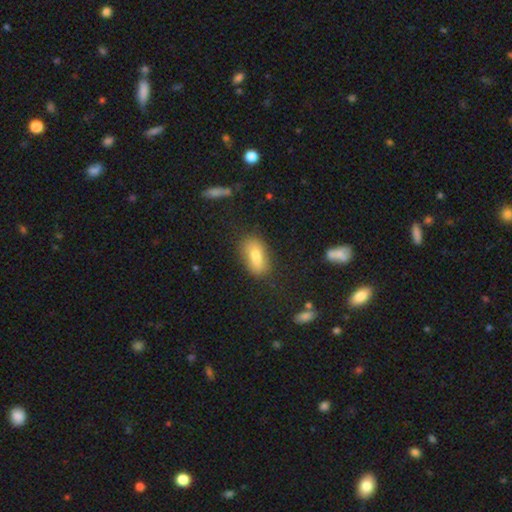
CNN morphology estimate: smooth-or-featured: smooth: 77% | featured or disk: 14% | star or artifact: 9%
  how-rounded: in between: 86% | cigar-shaped: 8% | round: 5%
  merging: none: 64% | minor disturbance: 20% | merger: 9% | major disturbance: 7%